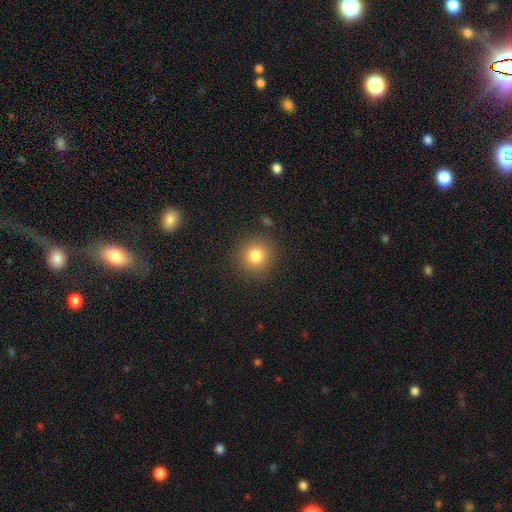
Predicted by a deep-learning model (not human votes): Smooth or featured? smooth (82%)
How rounded? round (90%)
Merging? none (87%)